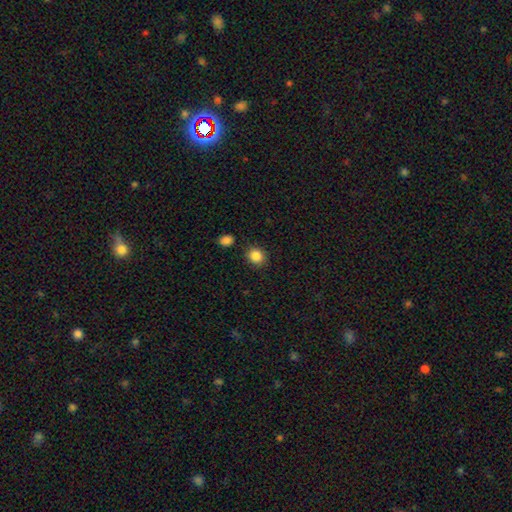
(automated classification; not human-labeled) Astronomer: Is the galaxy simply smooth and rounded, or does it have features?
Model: smooth — 86%.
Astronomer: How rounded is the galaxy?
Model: round — 78%.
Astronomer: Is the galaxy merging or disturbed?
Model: none — 87%.